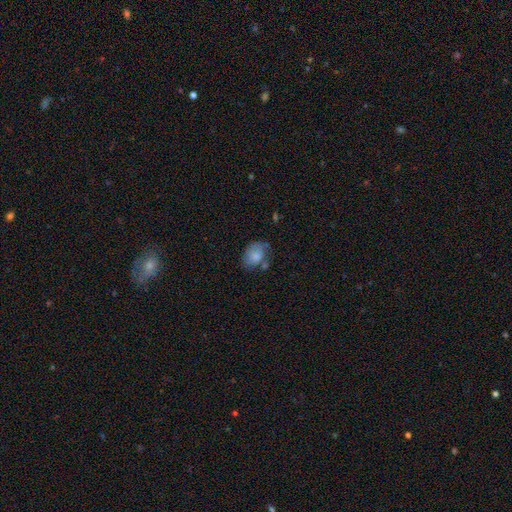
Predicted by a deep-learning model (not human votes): Smooth or featured? Predicted: smooth (p=0.79). How rounded? Predicted: in between (p=0.73). Merging? Predicted: none (p=0.52).